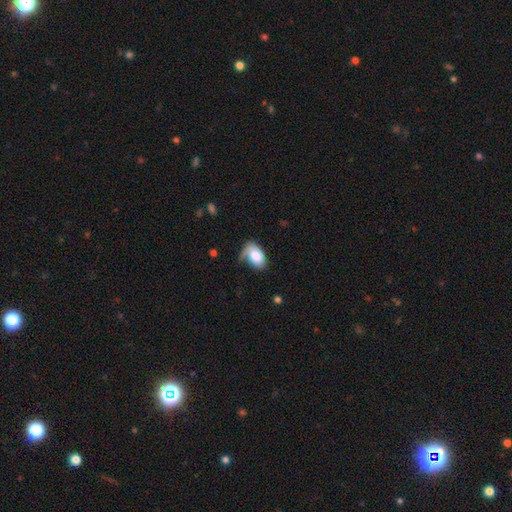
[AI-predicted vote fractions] Q: Smooth or featured?
A: smooth (75%); runner-up: featured or disk (19%)
Q: How rounded?
A: in between (91%); runner-up: round (7%)
Q: Merging?
A: none (41%); runner-up: minor disturbance (35%)